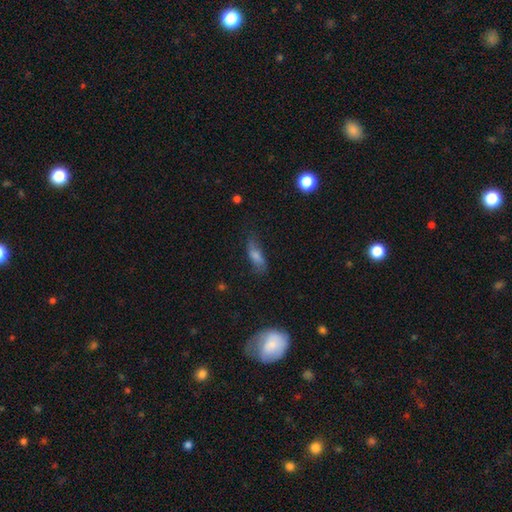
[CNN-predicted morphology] smooth_or_featured: smooth (p=0.61) [alt: featured or disk p=0.27]
how_rounded: in between (p=0.62) [alt: cigar-shaped p=0.34]
merging: none (p=0.62) [alt: minor disturbance p=0.25]